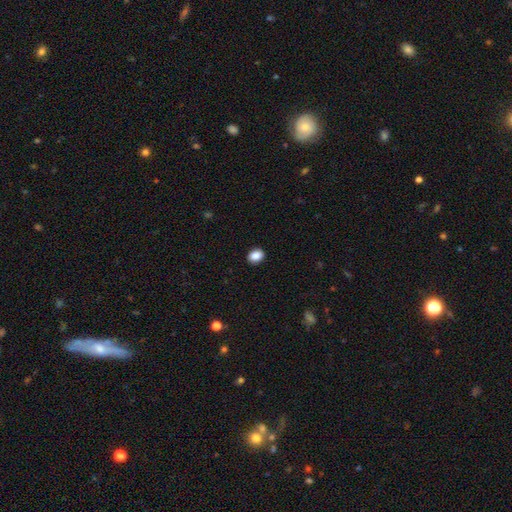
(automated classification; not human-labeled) Overall: smooth (88%). How rounded: in between (59%; round 40%). Merging: none (91%).